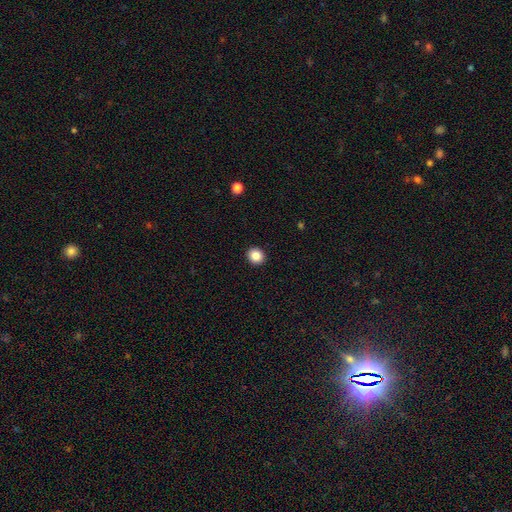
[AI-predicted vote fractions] This appears to be a smooth galaxy with no disk features (85%) that is round (84%). Merging: none (93%).